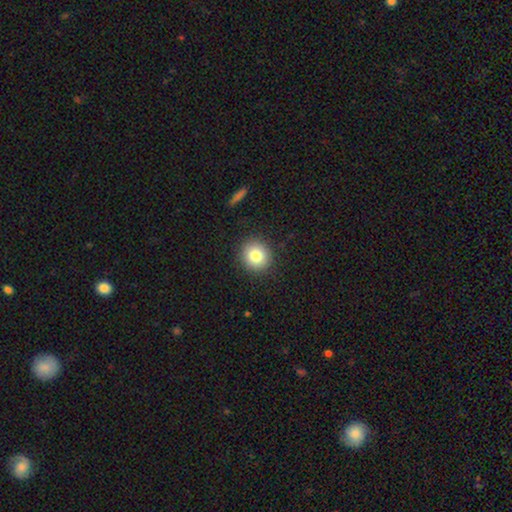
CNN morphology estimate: type=smooth (81%); roundness=round (90%); merging=none (90%).